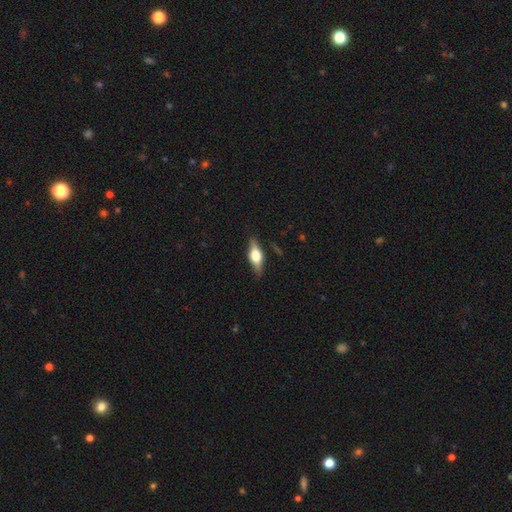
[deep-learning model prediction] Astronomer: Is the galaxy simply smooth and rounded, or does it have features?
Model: featured or disk — 53% (runner-up: smooth, 39%).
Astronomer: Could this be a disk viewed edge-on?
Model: yes — 93%.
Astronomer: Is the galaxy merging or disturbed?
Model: none — 84%.